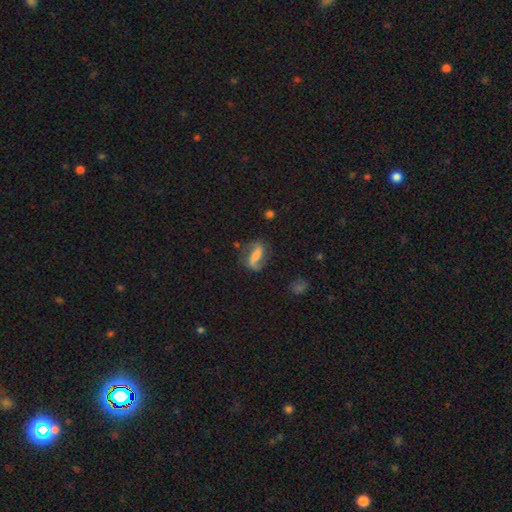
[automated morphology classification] Smooth or featured? Predicted: featured or disk (p=0.67). Edge-on disk? Predicted: no (p=0.92). Bar? Predicted: strong (p=0.43). Spiral arms? Predicted: yes (p=0.90). Spiral winding? Predicted: loose (p=0.62). Spiral arm count? Predicted: 2 (p=0.87). Bulge size? Predicted: small (p=0.35). Merging? Predicted: none (p=0.66).